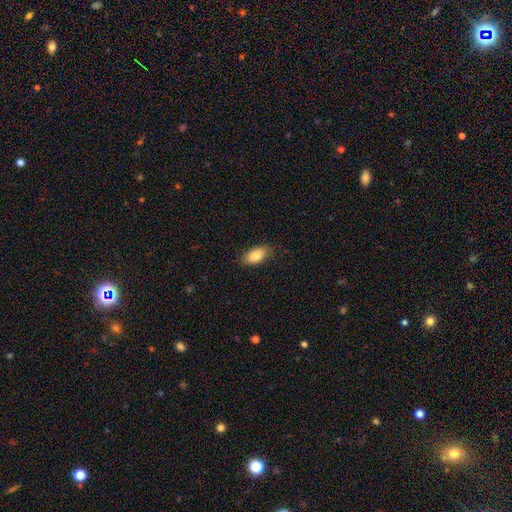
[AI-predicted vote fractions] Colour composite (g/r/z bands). It shows a smooth galaxy with no disk features (85%) that is in between round and cigar-shaped (92%). Merging: none (86%).